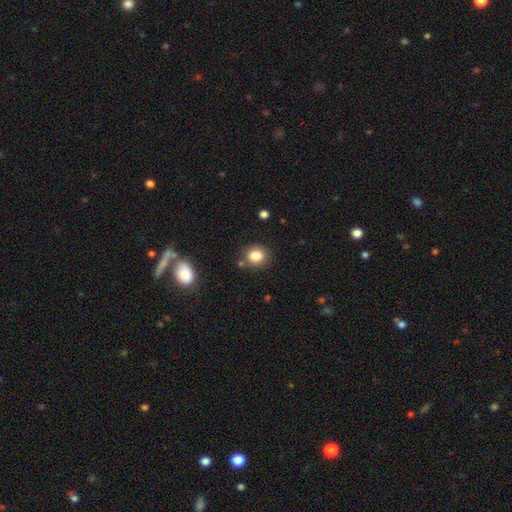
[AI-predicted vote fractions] A smooth galaxy with no disk features (83%) that is round (76%).

Vote fractions:
- Smooth or featured? smooth: 83% / star or artifact: 10% / featured or disk: 6%
- How rounded? round: 76% / in between: 23% / cigar-shaped: 1%
- Merging? none: 80% / minor disturbance: 11% / merger: 6% / major disturbance: 3%